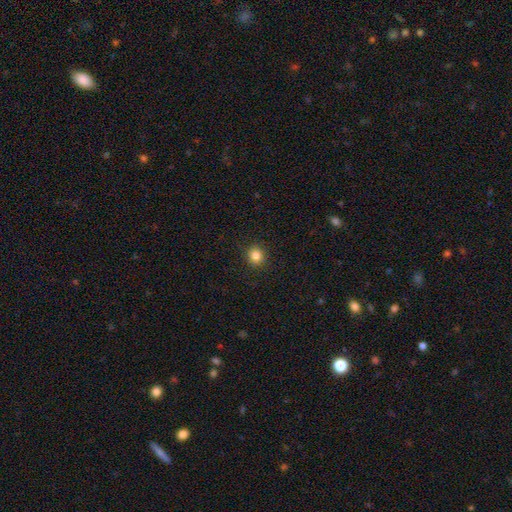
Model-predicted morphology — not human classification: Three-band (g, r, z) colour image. It shows a smooth galaxy with no disk features (85%) that is round (86%). Merging: none (91%).